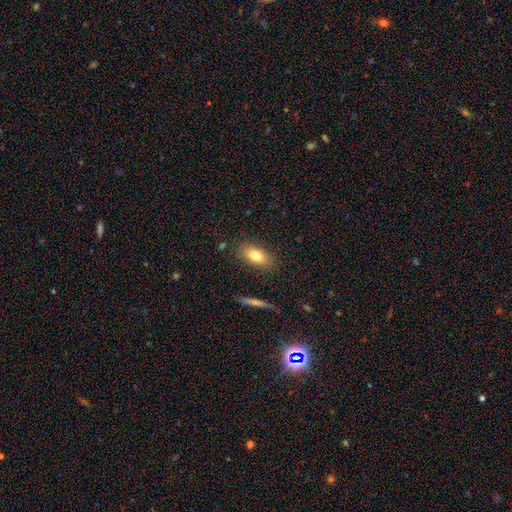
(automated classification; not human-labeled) This appears to be a smooth galaxy with no disk features (79%) that is in between round and cigar-shaped (85%). Merging: none (85%).